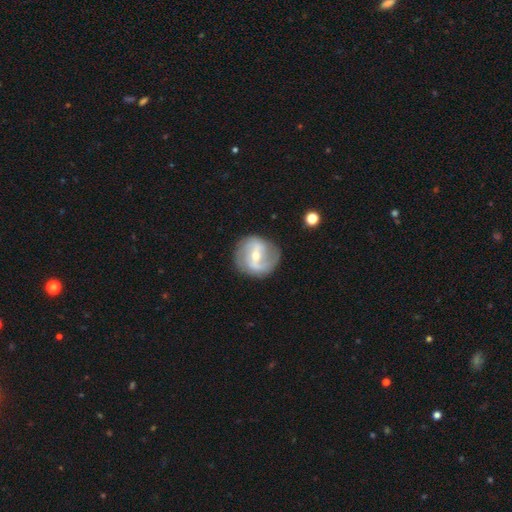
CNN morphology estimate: The model was most divided on "bulge size": small: 49%, moderate: 47%, large: 2%, none: 1%, dominant: 1%. Remaining: edge-on disk — no (96%); spiral arms — yes (86%); spiral arm count — 2 (80%); merging — none (79%); smooth or featured — featured or disk (78%); bar — strong (44%); spiral winding — medium (43%).